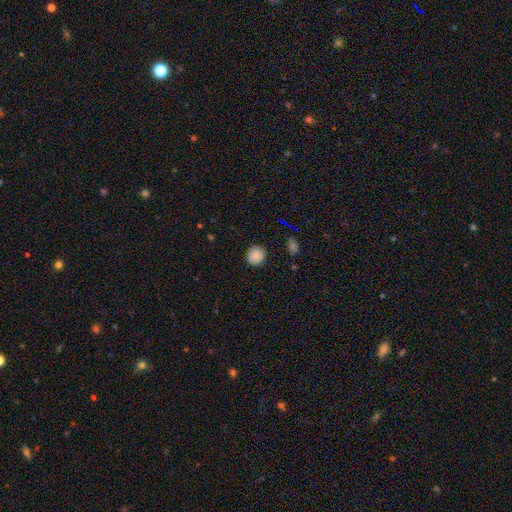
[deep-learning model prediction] Smooth or featured?
  - smooth: 86% *
  - star or artifact: 10%
  - featured or disk: 4%
How rounded?
  - round: 83% *
  - in between: 16%
  - cigar-shaped: 1%
Merging?
  - none: 88% *
  - minor disturbance: 9%
  - major disturbance: 2%
  - merger: 1%